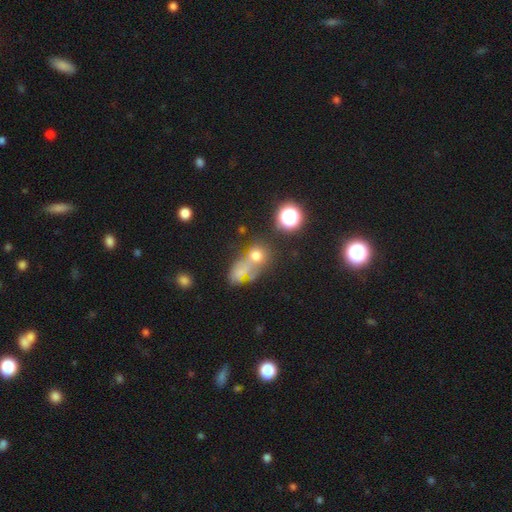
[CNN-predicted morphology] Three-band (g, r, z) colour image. It shows a smooth galaxy with no disk features (65%) that is round (69%). Merging: none (45%).